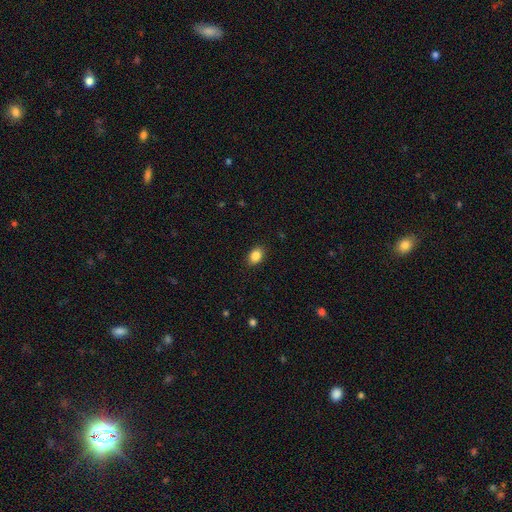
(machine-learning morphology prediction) Smooth or featured: smooth — 86% (star or artifact — 9%)
How rounded: in between — 71% (round — 28%)
Merging: none — 88% (minor disturbance — 8%)